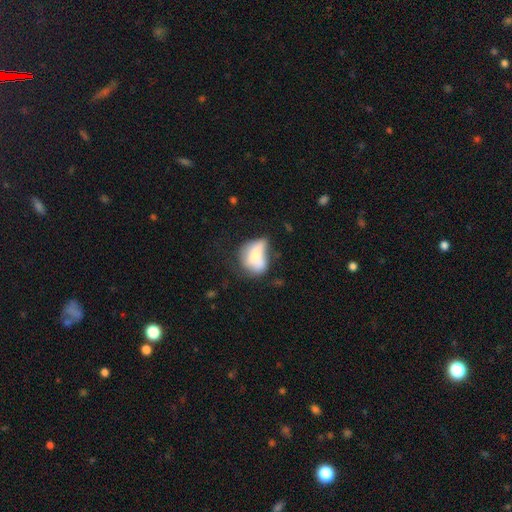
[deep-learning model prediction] The model was most divided on "merging": major disturbance: 27%, none: 26%, minor disturbance: 25%, merger: 22%. More confident: how rounded — in between (72%); smooth or featured — smooth (58%).